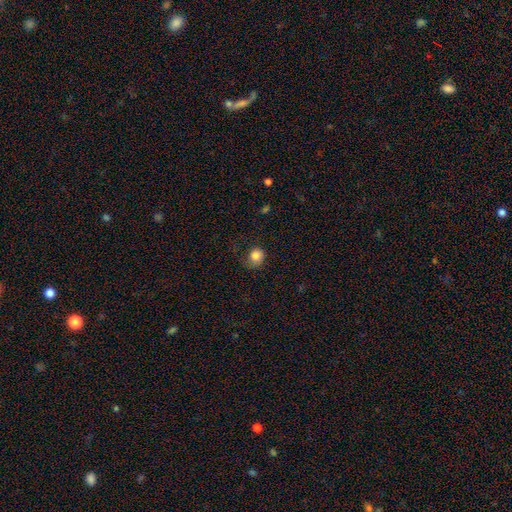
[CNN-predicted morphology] type=smooth (81%); roundness=round (79%); merging=none (52%).